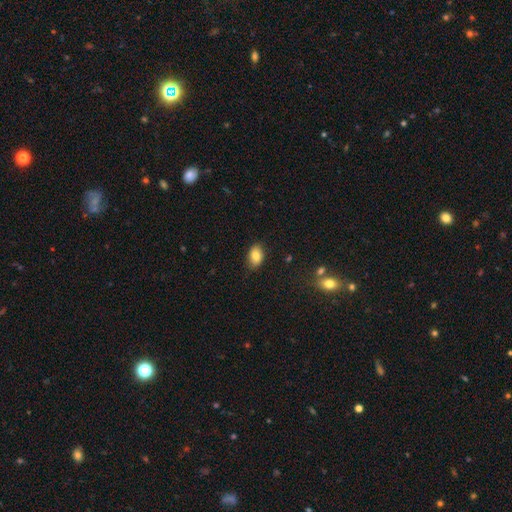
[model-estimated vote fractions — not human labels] smooth-or-featured: smooth: 81% | featured or disk: 10% | star or artifact: 8%
  how-rounded: in between: 85% | round: 13% | cigar-shaped: 1%
  merging: none: 81% | minor disturbance: 15% | major disturbance: 3% | merger: 1%